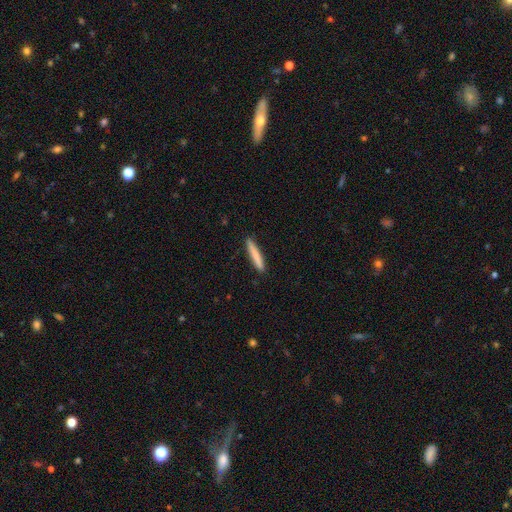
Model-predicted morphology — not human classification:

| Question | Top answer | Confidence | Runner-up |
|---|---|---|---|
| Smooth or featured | smooth | 80% | featured or disk (15%) |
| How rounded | cigar-shaped | 94% | in between (4%) |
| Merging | none | 91% | minor disturbance (7%) |